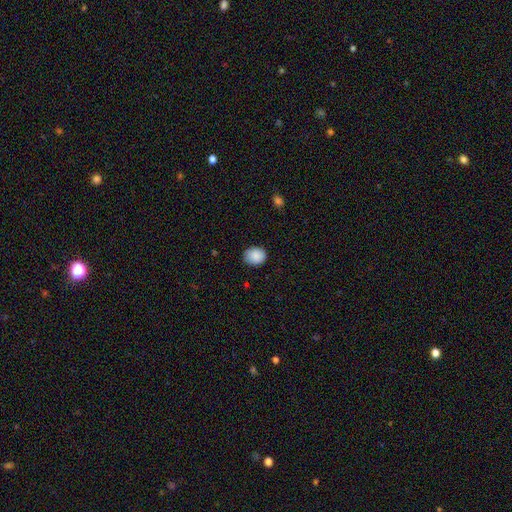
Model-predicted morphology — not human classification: Q: Smooth or featured?
A: smooth (89%); runner-up: star or artifact (8%)
Q: How rounded?
A: round (60%); runner-up: in between (39%)
Q: Merging?
A: none (83%); runner-up: minor disturbance (14%)